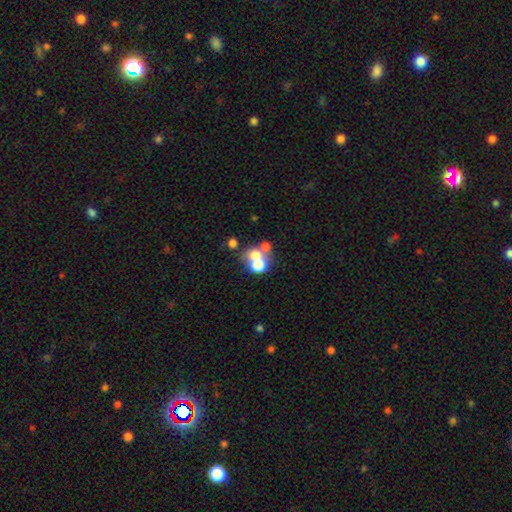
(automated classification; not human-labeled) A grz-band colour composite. It shows a smooth galaxy with no disk features (61%) that is round (70%). Merging: merger (58%).